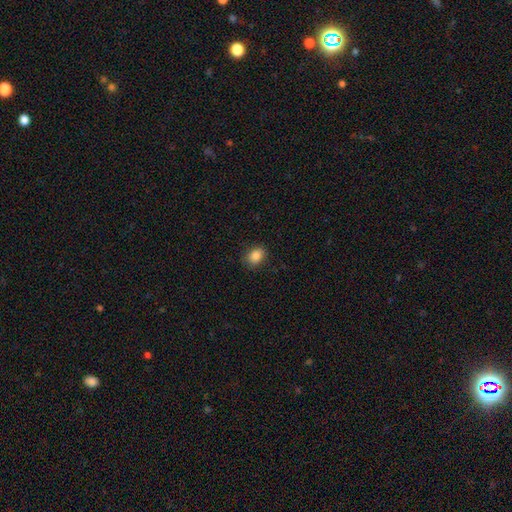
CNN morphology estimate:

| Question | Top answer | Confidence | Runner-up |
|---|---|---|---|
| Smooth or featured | smooth | 86% | star or artifact (9%) |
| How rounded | in between | 69% | round (30%) |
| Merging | none | 84% | minor disturbance (12%) |